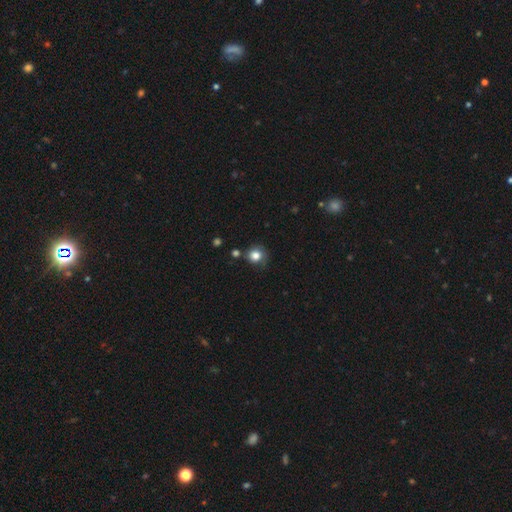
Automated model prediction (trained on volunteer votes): A smooth galaxy with no disk features (82%) that is round (88%). Merging: none (74%).